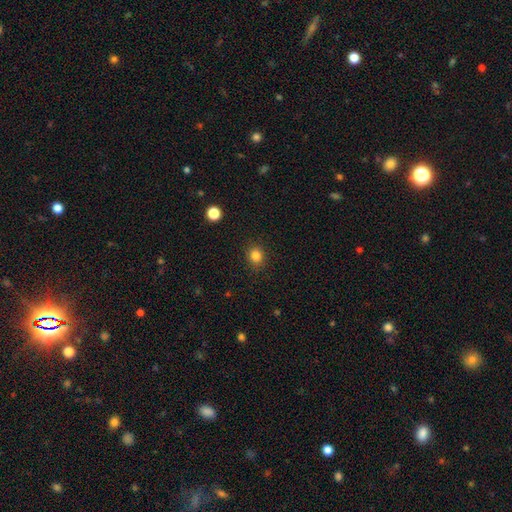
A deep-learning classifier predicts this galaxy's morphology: This is clearly a smooth galaxy (84%). How rounded: likely round (77%). Merging: clearly none (88%).